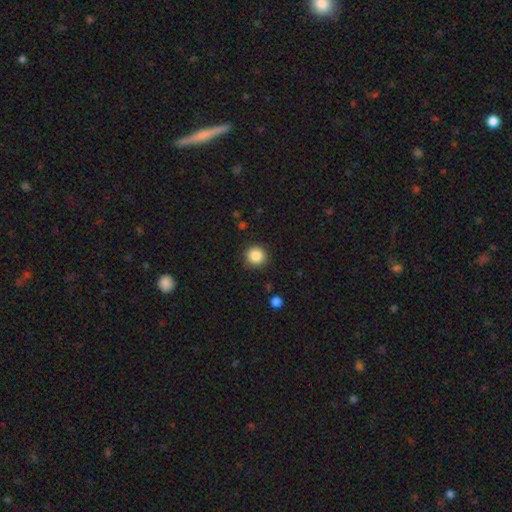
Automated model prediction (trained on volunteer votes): Smooth or featured? smooth (86%)
How rounded? round (93%)
Merging? none (89%)